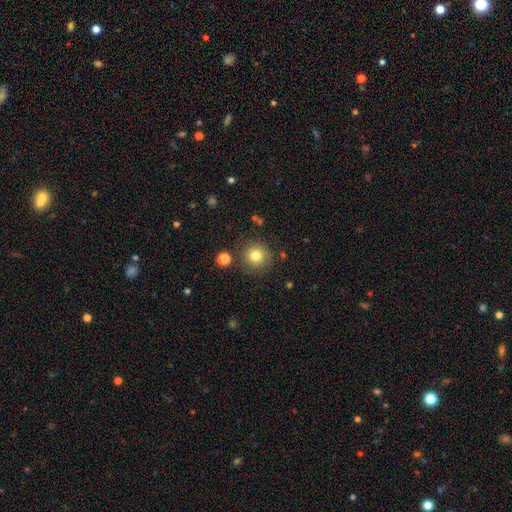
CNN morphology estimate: A smooth galaxy with no disk features (80%) that is round (94%). Merging: none (85%).